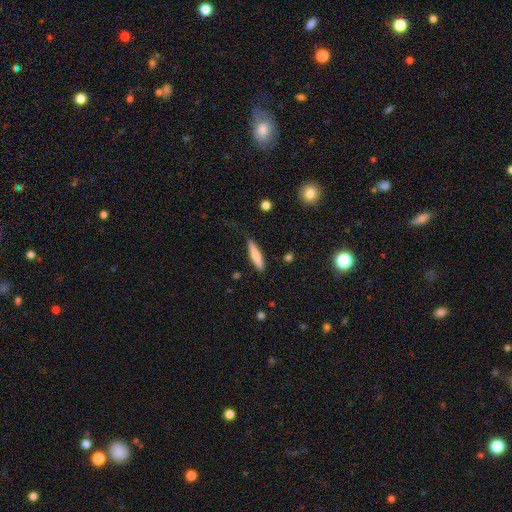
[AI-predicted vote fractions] Smooth or featured?
  - smooth: 75% *
  - featured or disk: 19%
  - star or artifact: 6%
How rounded?
  - cigar-shaped: 80% *
  - in between: 18%
  - round: 2%
Merging?
  - none: 79% *
  - minor disturbance: 16%
  - major disturbance: 3%
  - merger: 2%